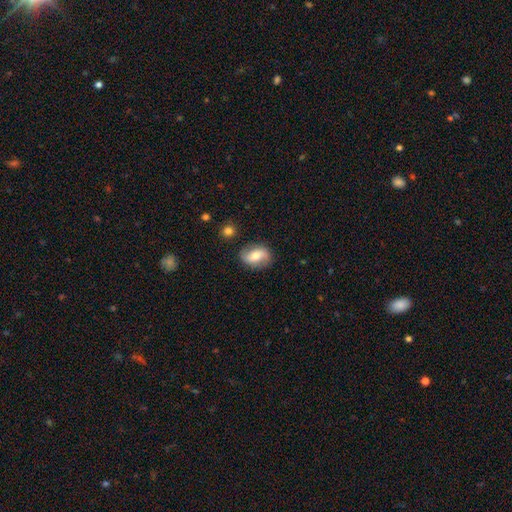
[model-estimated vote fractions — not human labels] The model was most divided on "smooth or featured": smooth: 49%, featured or disk: 43%, star or artifact: 8%. More confident: merging — none (80%).